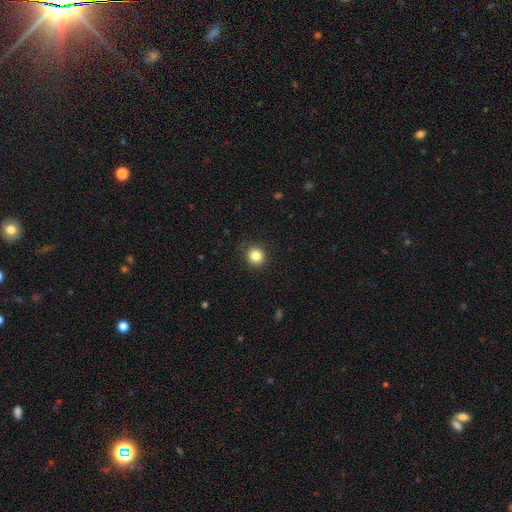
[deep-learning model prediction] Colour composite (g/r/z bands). It shows a smooth galaxy with no disk features (84%) that is round (89%). Merging: none (89%).